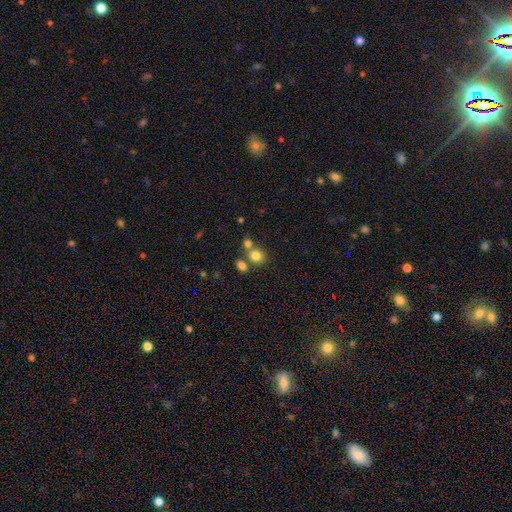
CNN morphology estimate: smooth 80%, star or artifact 12%, featured or disk 8%. Down the decision tree: how rounded — round (68%); merging — none (55%).